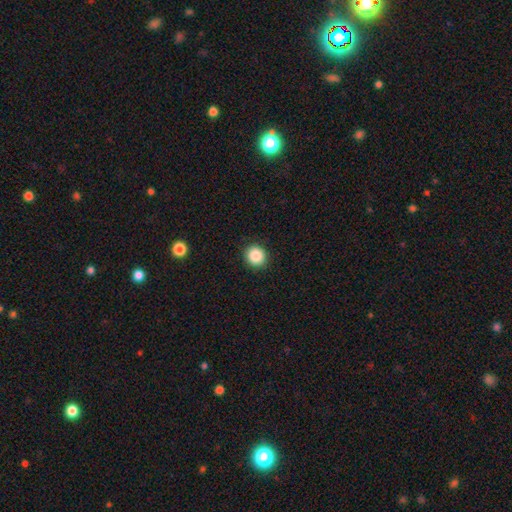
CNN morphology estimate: Smooth or featured?
  - smooth: 87% *
  - star or artifact: 9%
  - featured or disk: 4%
How rounded?
  - round: 88% *
  - in between: 11%
  - cigar-shaped: 1%
Merging?
  - none: 91% *
  - minor disturbance: 6%
  - major disturbance: 2%
  - merger: 1%